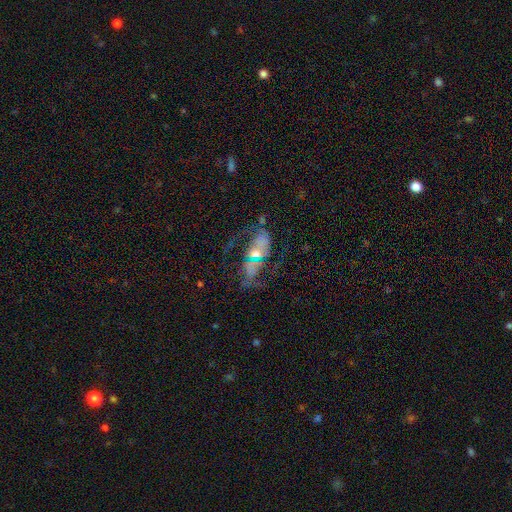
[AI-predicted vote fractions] Smooth or featured? featured or disk (66%)
Edge-on disk? no (94%)
Bar? no (52%)
Spiral arms? yes (68%)
Bulge size? moderate (48%)
Merging? none (38%)